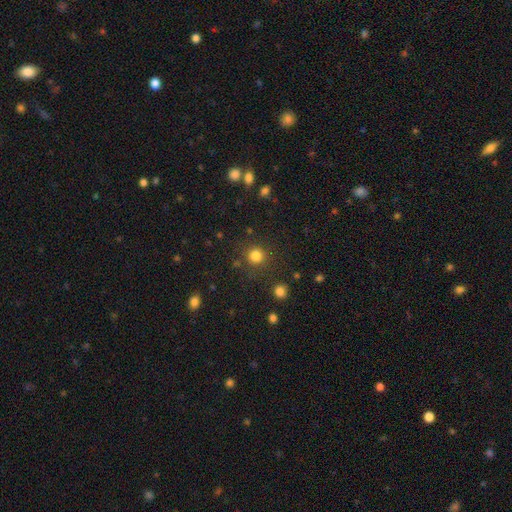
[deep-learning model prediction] Smooth or featured: smooth — 81% (star or artifact — 14%)
How rounded: round — 92% (in between — 7%)
Merging: none — 85% (minor disturbance — 7%)